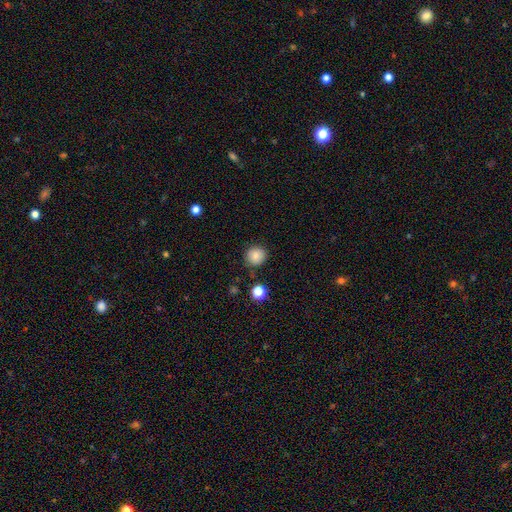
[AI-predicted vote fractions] A smooth galaxy with no disk features (83%) that is round (91%).

Vote fractions:
- Smooth or featured? smooth: 83% / star or artifact: 11% / featured or disk: 6%
- How rounded? round: 91% / in between: 8% / cigar-shaped: 1%
- Merging? none: 86% / minor disturbance: 9% / major disturbance: 2% / merger: 2%